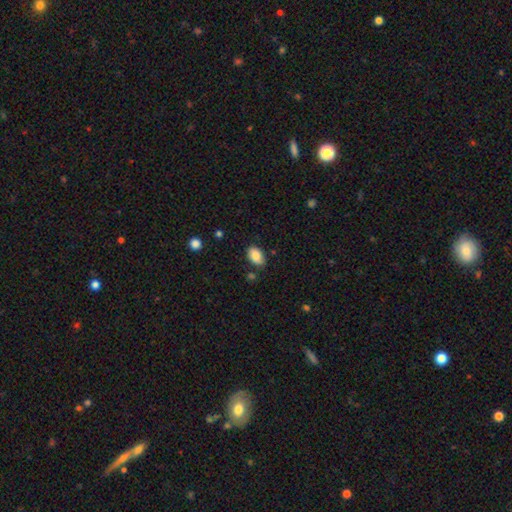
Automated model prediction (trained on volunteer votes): Smooth or featured: smooth — 87% (star or artifact — 7%)
How rounded: in between — 90% (round — 9%)
Merging: none — 80% (minor disturbance — 14%)